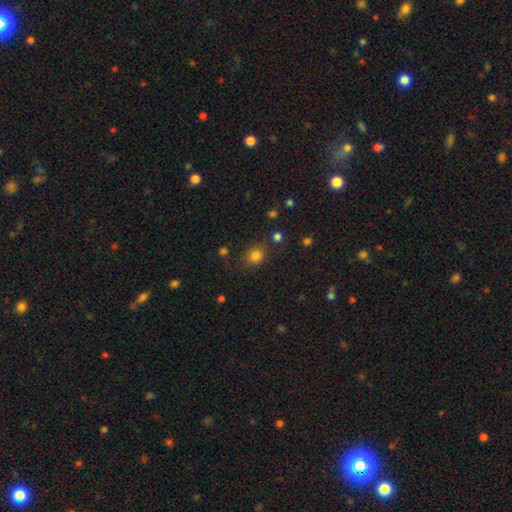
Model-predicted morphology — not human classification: The model was most divided on "how rounded": round: 65%, in between: 34%, cigar-shaped: 1%. More confident: smooth or featured — smooth (79%); merging — none (76%).